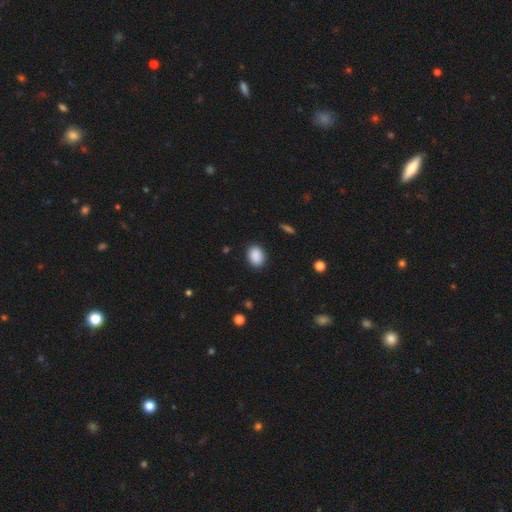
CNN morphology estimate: The model was most divided on "how rounded": in between: 71%, round: 28%, cigar-shaped: 1%. More confident: smooth or featured — smooth (89%); merging — none (88%).